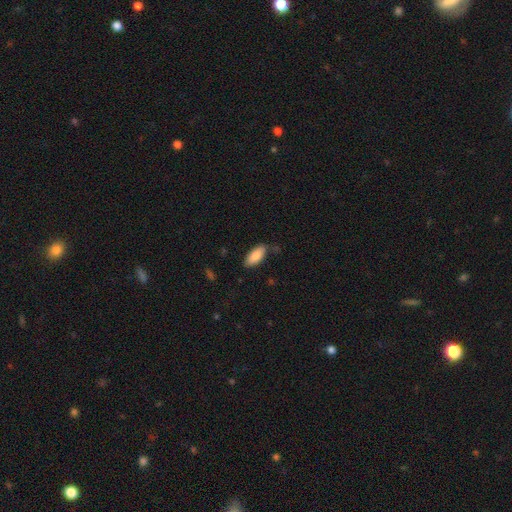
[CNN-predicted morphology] smooth_or_featured: smooth (p=0.87) [alt: featured or disk p=0.07]
how_rounded: in between (p=0.86) [alt: cigar-shaped p=0.12]
merging: none (p=0.78) [alt: minor disturbance p=0.17]